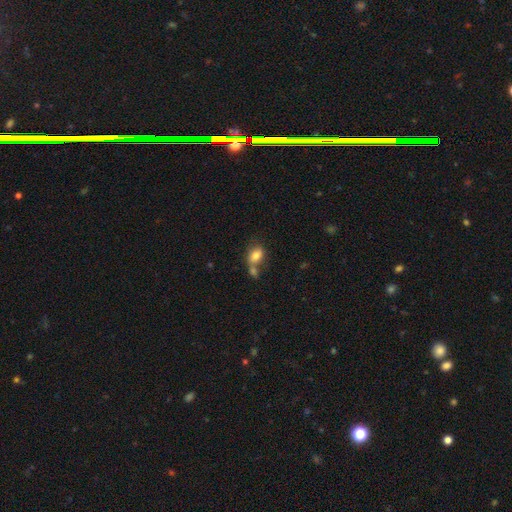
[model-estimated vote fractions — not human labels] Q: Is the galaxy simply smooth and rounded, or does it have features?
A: smooth — 78%.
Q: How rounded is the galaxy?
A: in between — 77%.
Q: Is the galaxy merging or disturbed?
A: merger — 42%.